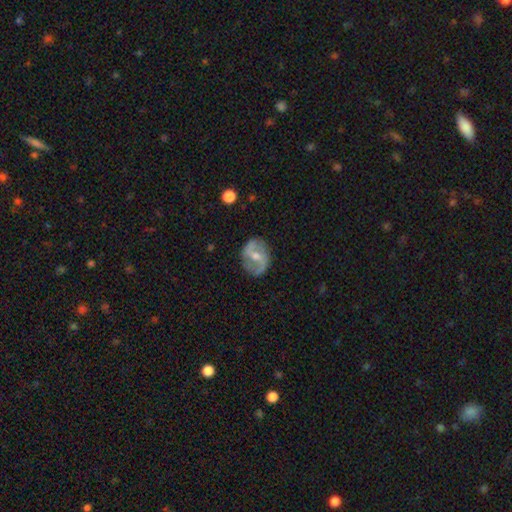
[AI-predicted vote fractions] Smooth or featured? featured or disk (74%)
Edge-on disk? no (96%)
Bar? weak (47%)
Spiral arms? yes (84%)
Spiral winding? medium (42%)
Spiral arm count? 2 (87%)
Bulge size? moderate (57%)
Merging? none (77%)